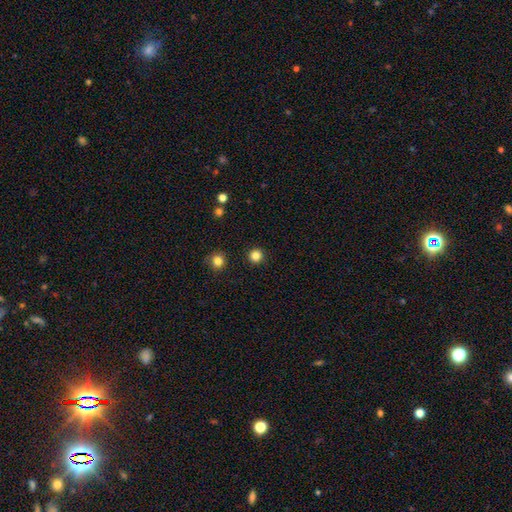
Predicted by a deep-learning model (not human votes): smooth 84%, star or artifact 13%, featured or disk 4%. Down the decision tree: how rounded — round (95%); merging — none (93%).